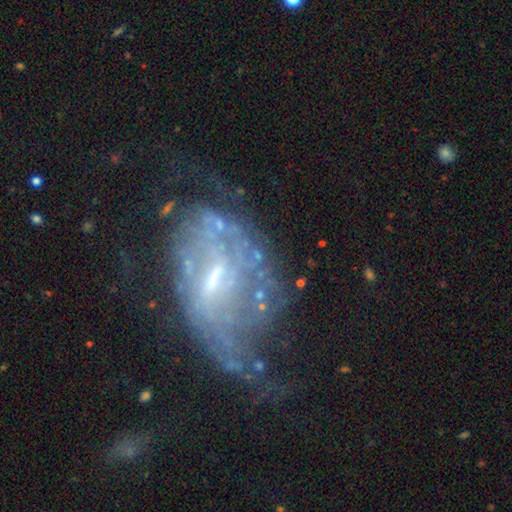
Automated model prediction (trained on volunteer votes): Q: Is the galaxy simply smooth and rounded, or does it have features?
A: featured or disk — 74%.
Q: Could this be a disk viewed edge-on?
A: no — 95%.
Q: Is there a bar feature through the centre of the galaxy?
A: weak — 43%.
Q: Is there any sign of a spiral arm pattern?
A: yes — 63%.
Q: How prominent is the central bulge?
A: small — 33%.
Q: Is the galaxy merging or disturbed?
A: none — 49%.